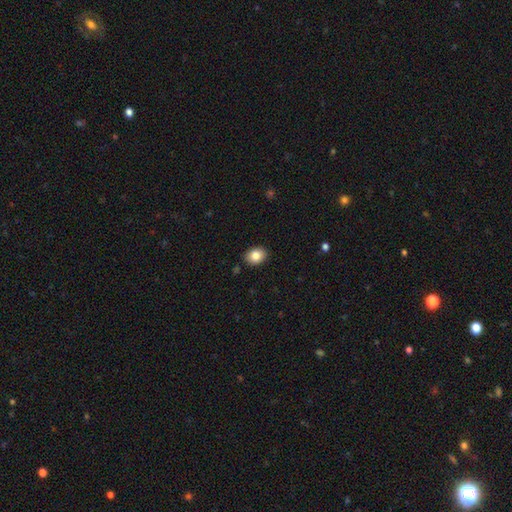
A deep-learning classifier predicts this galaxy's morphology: Q: Smooth or featured?
A: smooth (84%); runner-up: star or artifact (9%)
Q: How rounded?
A: in between (62%); runner-up: round (37%)
Q: Merging?
A: none (89%); runner-up: minor disturbance (8%)